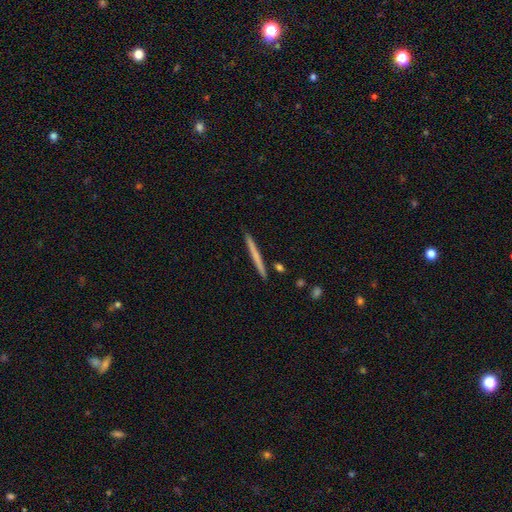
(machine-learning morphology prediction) type=smooth (54%); roundness=cigar-shaped (97%); merging=none (92%).